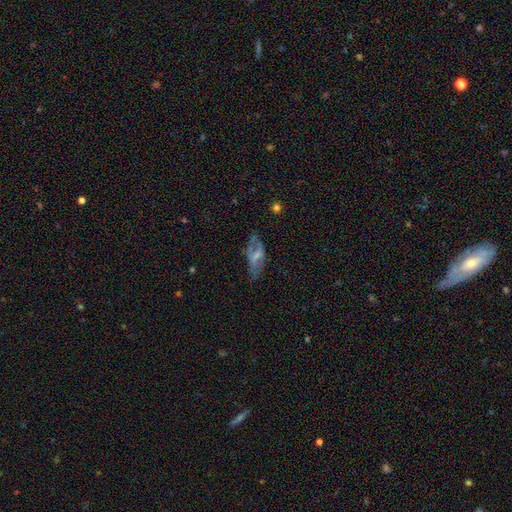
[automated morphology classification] smooth_or_featured: featured or disk (p=0.50) [alt: smooth p=0.40]
disk_edge_on: no (p=0.83) [alt: yes p=0.17]
merging: none (p=0.50) [alt: minor disturbance p=0.26]